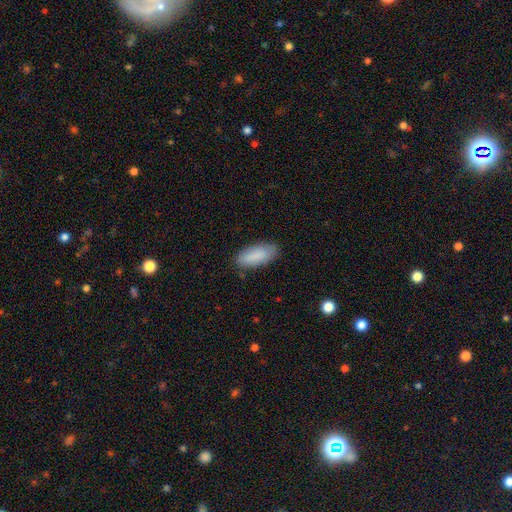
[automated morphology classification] This appears to be a smooth galaxy with no disk features (88%) that is in between round and cigar-shaped (83%). Merging: none (82%).